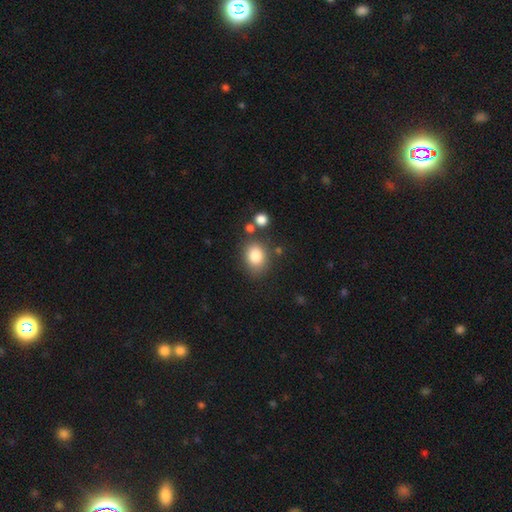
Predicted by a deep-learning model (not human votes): Overall: smooth (83%). How rounded: in between (55%; round 44%). Merging: none (73%).